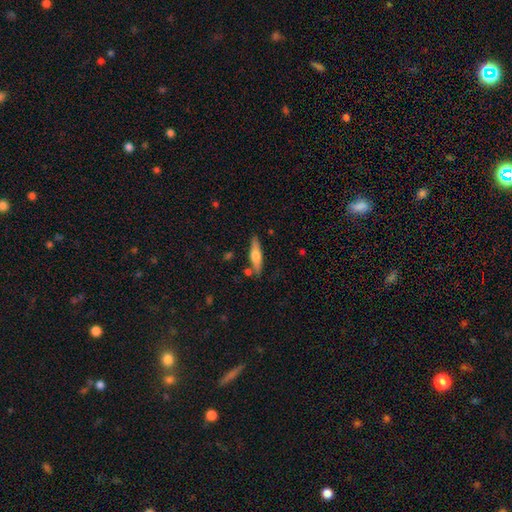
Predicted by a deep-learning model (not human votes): Morphology: type=smooth (53%); roundness=cigar-shaped (71%); merging=none (81%).